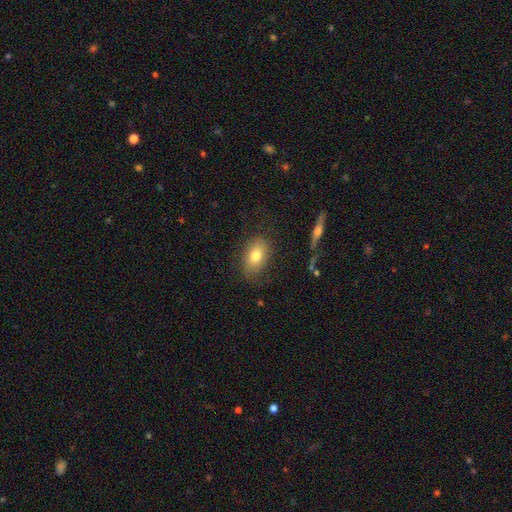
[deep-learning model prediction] Smooth or featured? smooth (77%)
How rounded? in between (86%)
Merging? none (78%)